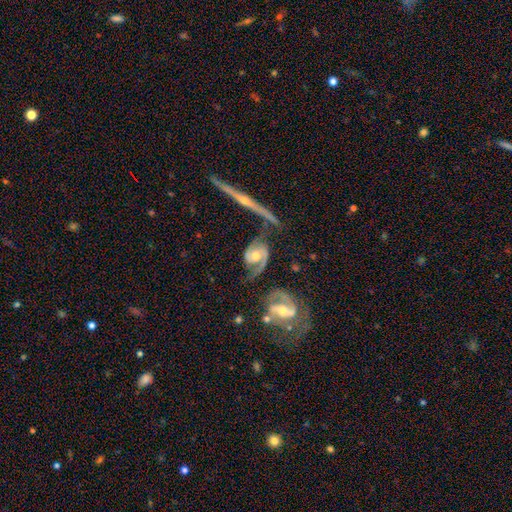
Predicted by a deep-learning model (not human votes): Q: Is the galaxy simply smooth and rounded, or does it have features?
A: featured or disk — 87%.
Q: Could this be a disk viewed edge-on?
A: no — 96%.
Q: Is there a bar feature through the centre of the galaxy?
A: no — 55%.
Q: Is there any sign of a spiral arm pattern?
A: yes — 96%.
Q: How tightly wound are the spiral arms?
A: medium — 53%.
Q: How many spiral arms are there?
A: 2 — 90%.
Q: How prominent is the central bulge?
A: moderate — 63%.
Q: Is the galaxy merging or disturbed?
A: none — 50%.